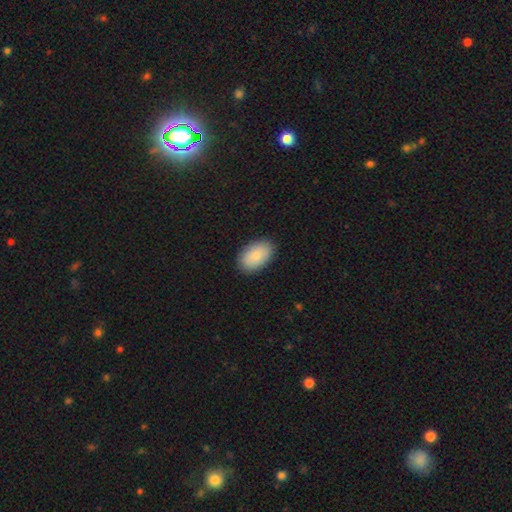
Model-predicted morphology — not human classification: This appears to be a smooth galaxy with no disk features (87%) that is in between round and cigar-shaped (94%). Merging: none (89%).